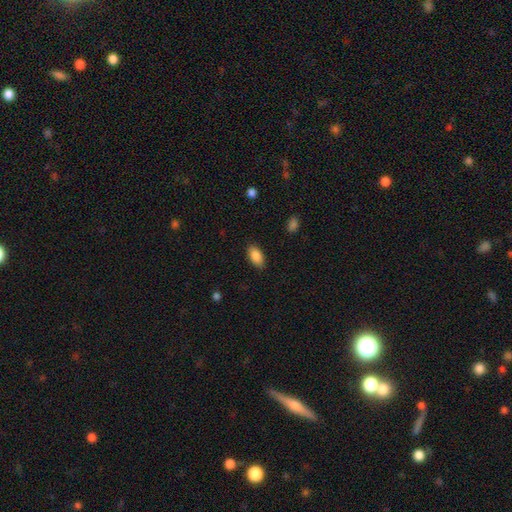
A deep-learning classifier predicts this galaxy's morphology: Q: Smooth or featured?
A: smooth (88%); runner-up: star or artifact (7%)
Q: How rounded?
A: in between (93%); runner-up: cigar-shaped (4%)
Q: Merging?
A: none (86%); runner-up: minor disturbance (11%)